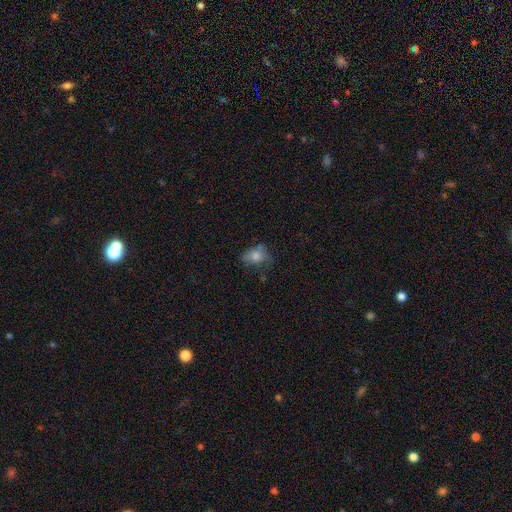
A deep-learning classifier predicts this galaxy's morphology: Smooth or featured: smooth — 73% (featured or disk — 16%)
How rounded: in between — 67% (round — 31%)
Merging: none — 47% (minor disturbance — 33%)